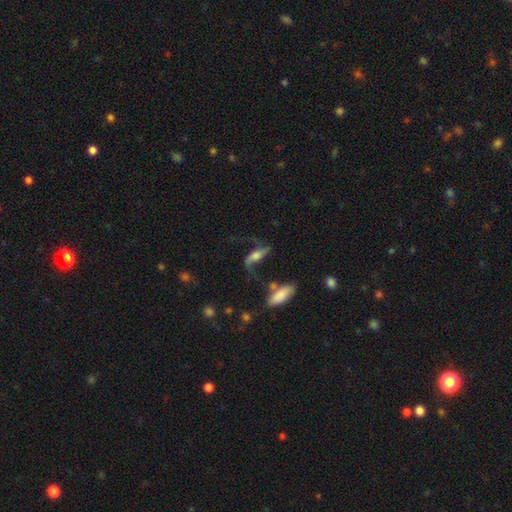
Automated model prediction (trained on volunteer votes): smooth_or_featured: featured or disk (p=0.64) [alt: smooth p=0.26]
disk_edge_on: no (p=0.78) [alt: yes p=0.22]
bar: no (p=0.50) [alt: weak p=0.30]
has_spiral_arms: yes (p=0.89) [alt: no p=0.11]
bulge_size: moderate (p=0.36) [alt: large p=0.24]
merging: none (p=0.51) [alt: major disturbance p=0.20]